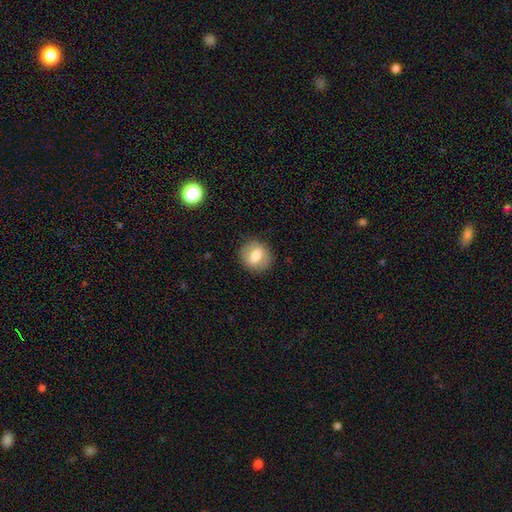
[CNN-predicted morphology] smooth 69%, featured or disk 22%, star or artifact 8%. Down the decision tree: how rounded — round (76%); merging — none (87%).